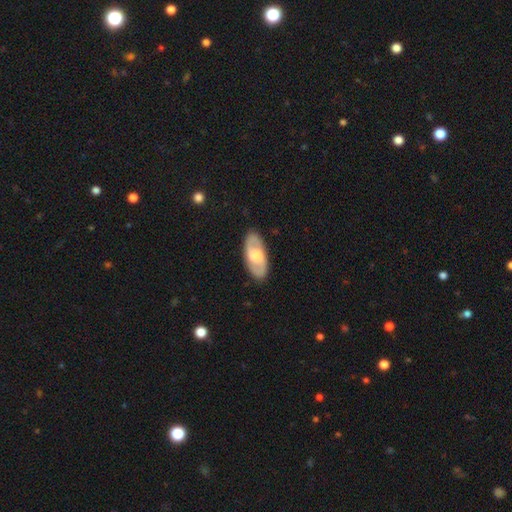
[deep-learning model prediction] Overall: featured or disk (57%; smooth 38%). Edge-on disk: no (86%). Merging: none (87%).